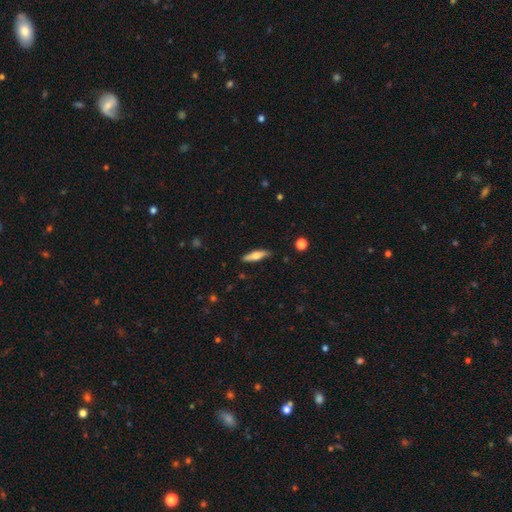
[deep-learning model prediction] This is possibly a smooth galaxy (58%). How rounded: likely cigar-shaped (71%). Merging: clearly none (86%).